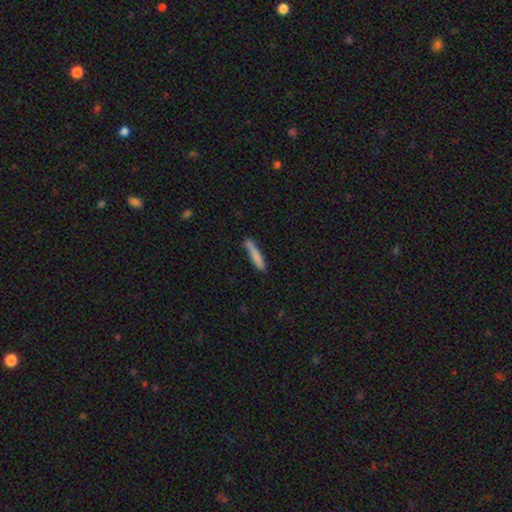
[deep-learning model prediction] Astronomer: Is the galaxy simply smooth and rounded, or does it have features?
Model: smooth — 80%.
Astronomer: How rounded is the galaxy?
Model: cigar-shaped — 93%.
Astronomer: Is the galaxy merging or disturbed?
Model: none — 75%.